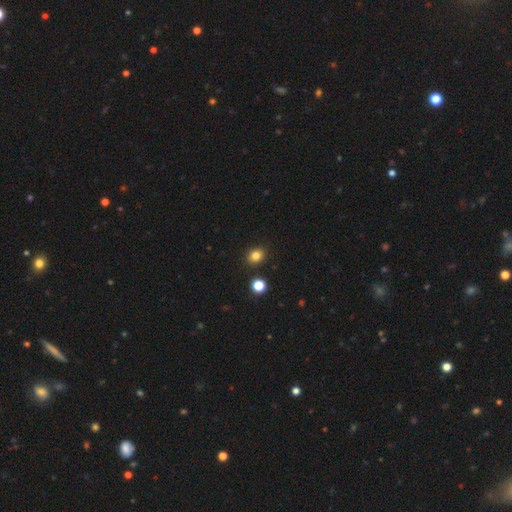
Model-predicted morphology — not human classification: Smooth or featured?
  - smooth: 82% *
  - star or artifact: 13%
  - featured or disk: 5%
How rounded?
  - round: 61% *
  - in between: 38%
  - cigar-shaped: 1%
Merging?
  - none: 88% *
  - minor disturbance: 7%
  - merger: 3%
  - major disturbance: 2%